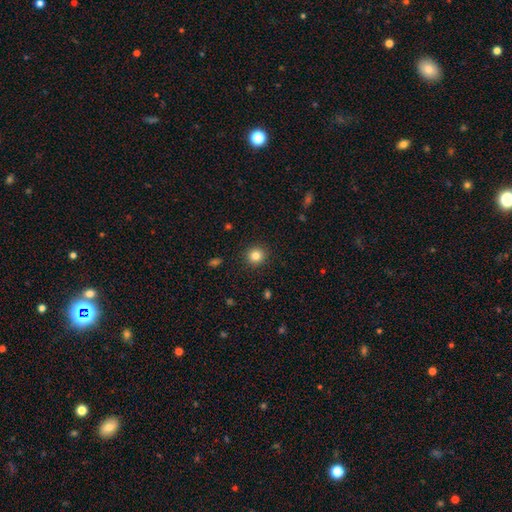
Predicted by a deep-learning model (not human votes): Smooth or featured? smooth (83%)
How rounded? round (92%)
Merging? none (91%)